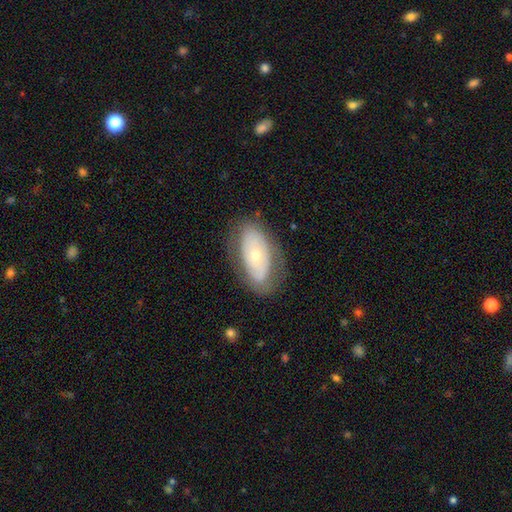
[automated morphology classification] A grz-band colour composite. It shows a featured or disk galaxy (52%). Merging: none (73%).